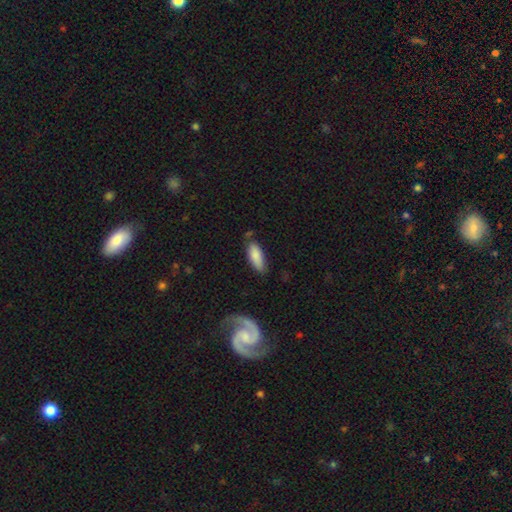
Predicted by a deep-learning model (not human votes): Smooth or featured: smooth — 84% (featured or disk — 10%)
How rounded: in between — 69% (cigar-shaped — 29%)
Merging: none — 68% (minor disturbance — 23%)